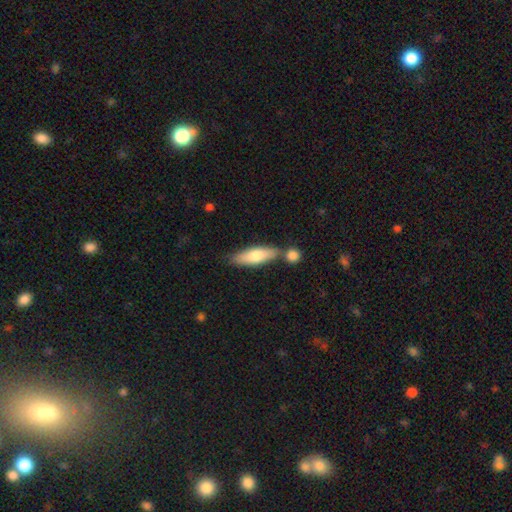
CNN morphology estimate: Smooth or featured: smooth — 72% (featured or disk — 22%)
How rounded: cigar-shaped — 52% (in between — 46%)
Merging: none — 63% (merger — 20%)